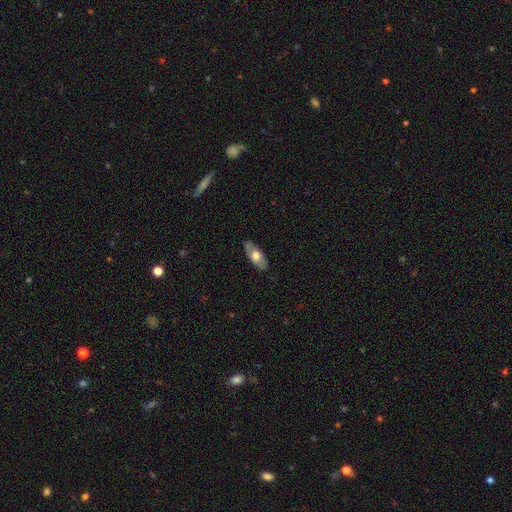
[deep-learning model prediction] Q: Smooth or featured?
A: smooth (55%); runner-up: featured or disk (40%)
Q: How rounded?
A: in between (83%); runner-up: cigar-shaped (14%)
Q: Merging?
A: none (83%); runner-up: minor disturbance (13%)